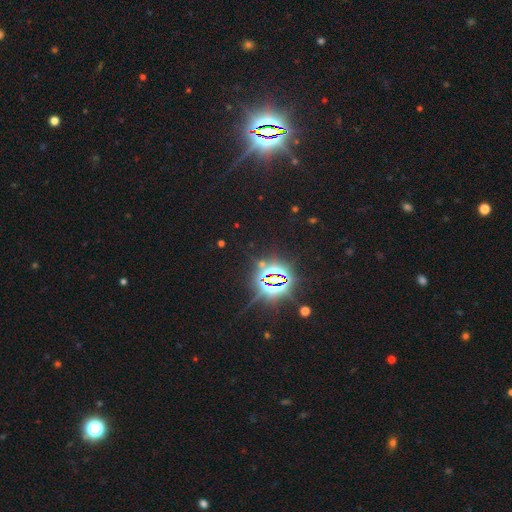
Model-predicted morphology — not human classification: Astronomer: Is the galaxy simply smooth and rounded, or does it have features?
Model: star or artifact — 85%.